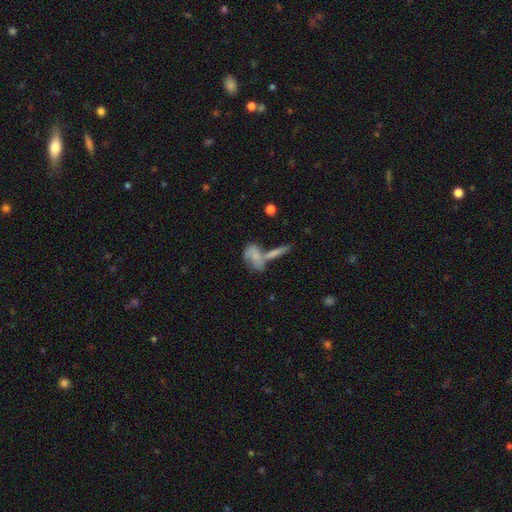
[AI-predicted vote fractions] This appears to be a smooth galaxy with no disk features (50%) that is in between round and cigar-shaped (68%). Merging: merger (46%).